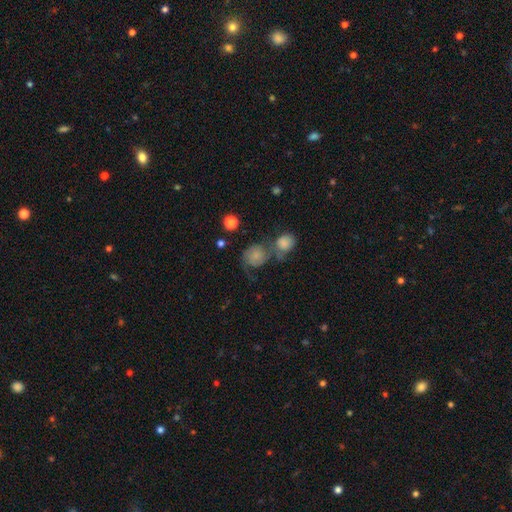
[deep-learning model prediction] smooth_or_featured: smooth (p=0.54) [alt: featured or disk p=0.36]
how_rounded: round (p=0.72) [alt: in between p=0.27]
merging: merger (p=0.37) [alt: none p=0.33]